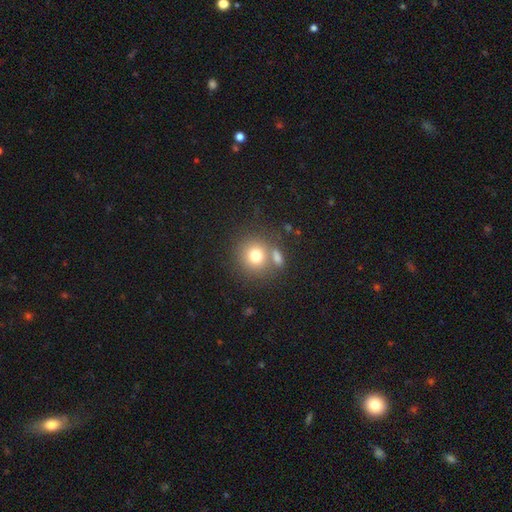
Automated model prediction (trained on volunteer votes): Smooth or featured? smooth (75%)
How rounded? round (88%)
Merging? none (61%)